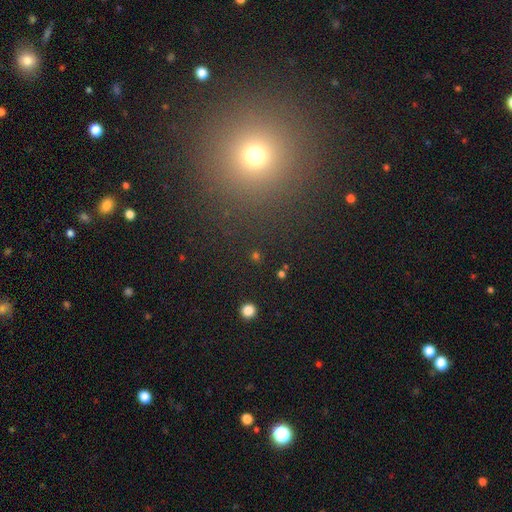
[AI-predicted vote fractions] Smooth or featured: smooth — 54% (star or artifact — 38%)
How rounded: round — 78% (in between — 19%)
Merging: none — 85% (minor disturbance — 7%)